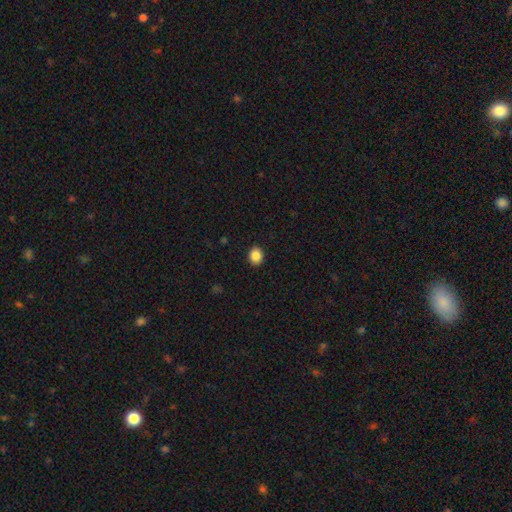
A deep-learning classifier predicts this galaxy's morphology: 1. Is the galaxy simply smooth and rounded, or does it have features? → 87% smooth, 9% star or artifact, 4% featured or disk.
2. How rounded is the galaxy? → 63% round, 36% in between, 1% cigar-shaped.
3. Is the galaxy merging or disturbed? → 91% none, 6% minor disturbance, 2% major disturbance, 1% merger.